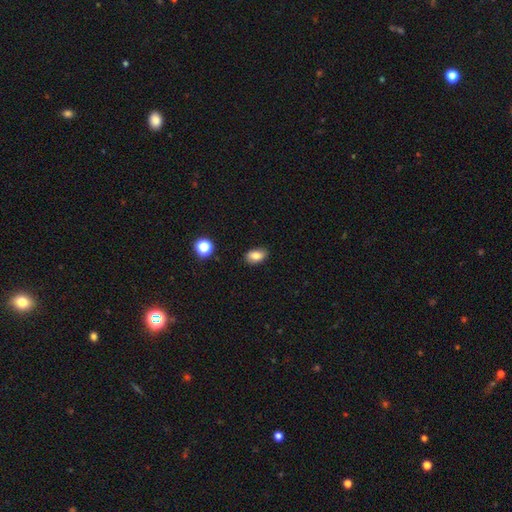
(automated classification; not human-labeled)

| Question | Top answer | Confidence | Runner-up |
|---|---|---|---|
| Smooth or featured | smooth | 81% | star or artifact (10%) |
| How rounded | in between | 88% | round (10%) |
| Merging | none | 83% | minor disturbance (13%) |